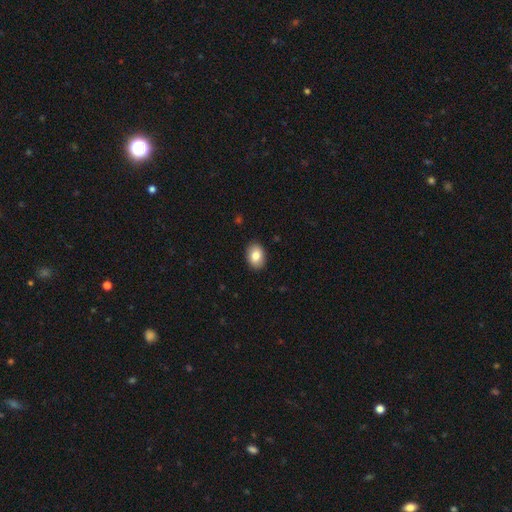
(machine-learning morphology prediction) This is clearly a smooth galaxy (83%). How rounded: likely in between (77%). Merging: clearly none (90%).